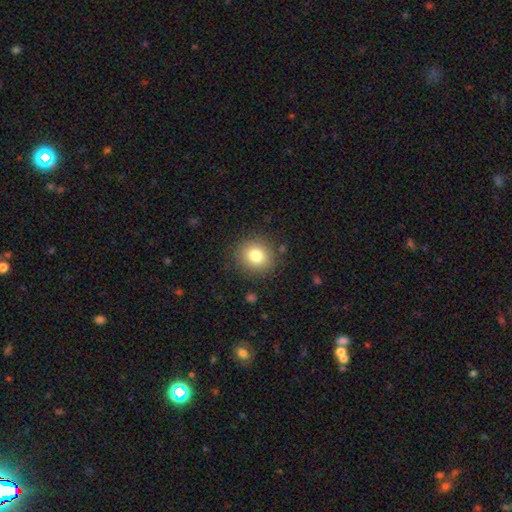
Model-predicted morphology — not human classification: A smooth galaxy with no disk features (80%) that is round (84%).

Vote fractions:
- Smooth or featured? smooth: 80% / star or artifact: 11% / featured or disk: 9%
- How rounded? round: 84% / in between: 15% / cigar-shaped: 1%
- Merging? none: 87% / minor disturbance: 9% / major disturbance: 3% / merger: 1%